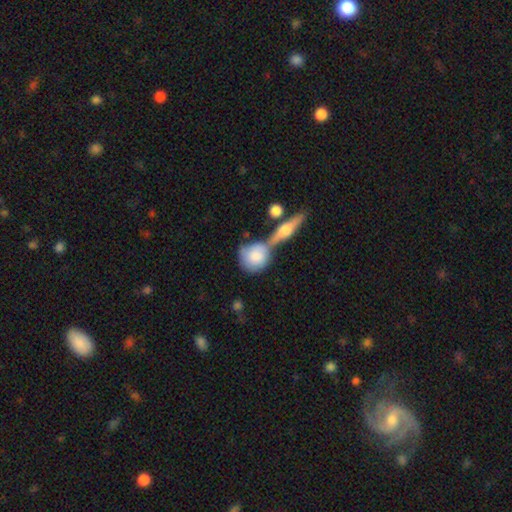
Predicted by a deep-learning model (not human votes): The model was most divided on "merging": none: 44%, merger: 35%, minor disturbance: 15%, major disturbance: 6%. More confident: how rounded — round (78%); smooth or featured — smooth (75%).